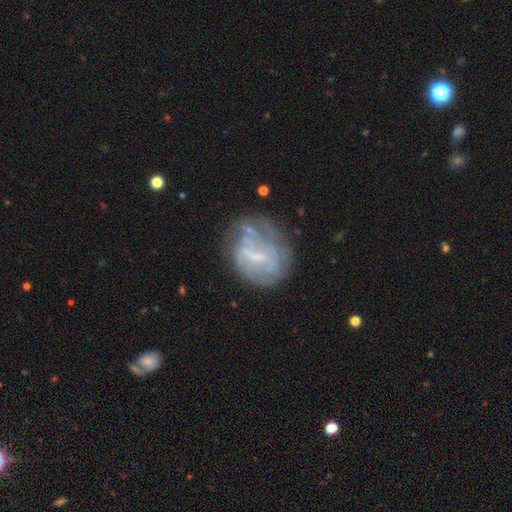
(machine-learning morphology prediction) Q: Smooth or featured?
A: featured or disk (65%); runner-up: smooth (24%)
Q: Edge-on disk?
A: no (97%); runner-up: yes (3%)
Q: Bar?
A: weak (48%); runner-up: strong (27%)
Q: Spiral arms?
A: no (50%); tied with: yes (50%)
Q: Bulge size?
A: small (44%); runner-up: none (33%)
Q: Merging?
A: none (48%); runner-up: minor disturbance (25%)